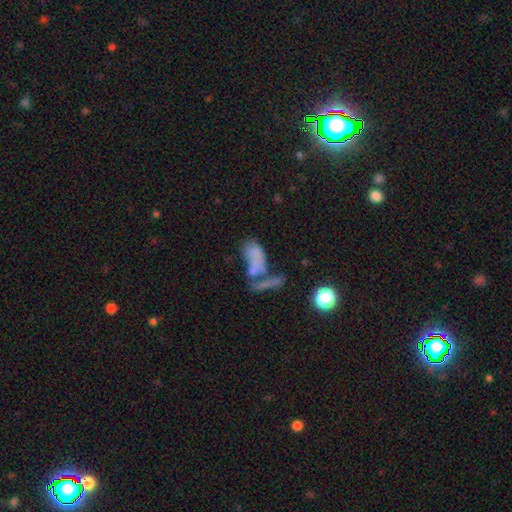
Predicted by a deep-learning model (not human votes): Overall: smooth (54%; featured or disk 32%). How rounded: in between (84%). Merging: merger (50%; major disturbance 21%).